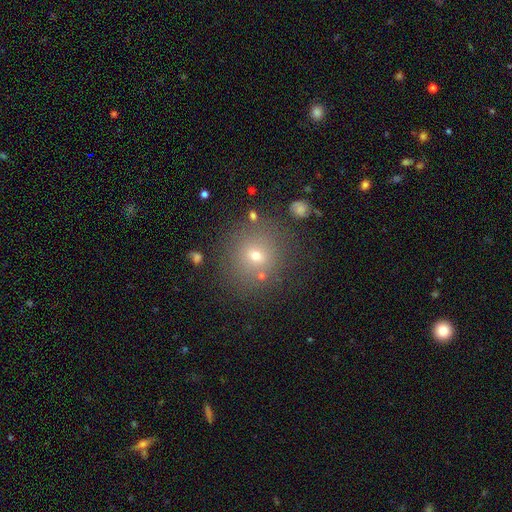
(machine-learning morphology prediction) Smooth or featured?
  - smooth: 62% *
  - star or artifact: 25%
  - featured or disk: 13%
How rounded?
  - round: 90% *
  - in between: 8%
  - cigar-shaped: 1%
Merging?
  - none: 82% *
  - minor disturbance: 8%
  - merger: 6%
  - major disturbance: 3%